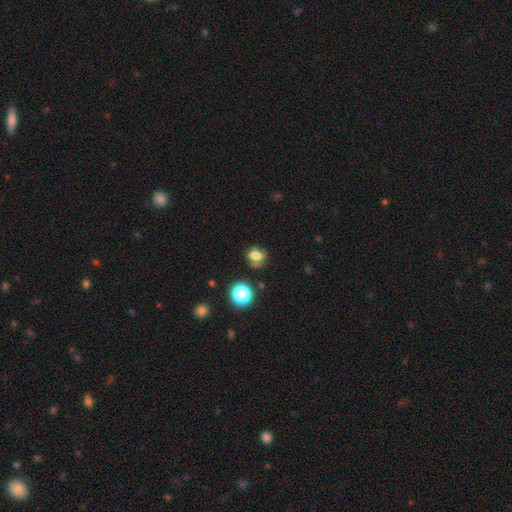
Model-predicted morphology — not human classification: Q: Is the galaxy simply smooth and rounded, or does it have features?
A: smooth — 65%.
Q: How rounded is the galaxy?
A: round — 50%.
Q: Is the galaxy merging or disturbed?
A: none — 60%.